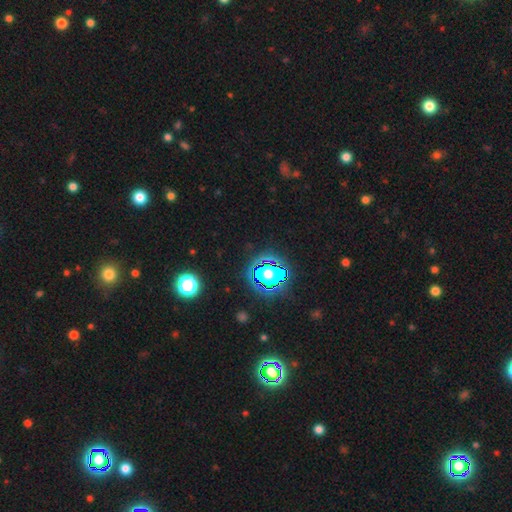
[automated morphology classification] This is clearly a star or artifact rather than a galaxy (82%).